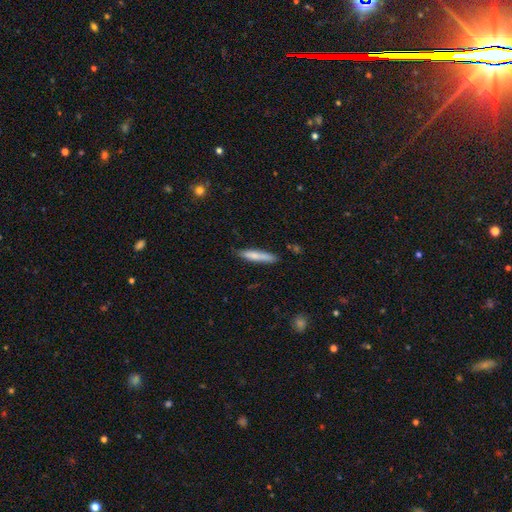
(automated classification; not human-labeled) Smooth or featured? smooth (76%)
How rounded? cigar-shaped (88%)
Merging? none (81%)